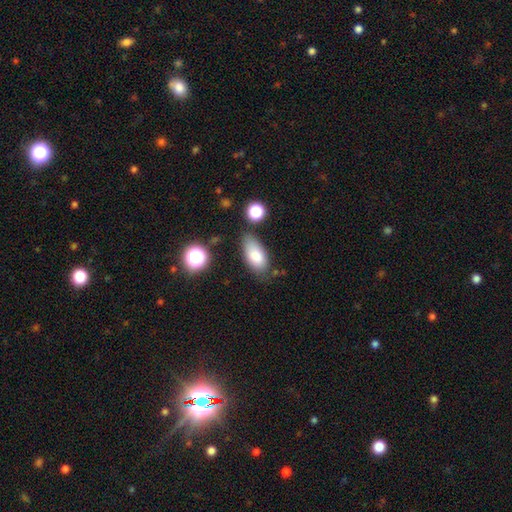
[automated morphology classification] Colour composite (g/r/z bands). It shows a smooth galaxy with no disk features (82%) that is in between round and cigar-shaped (89%). Merging: none (66%).